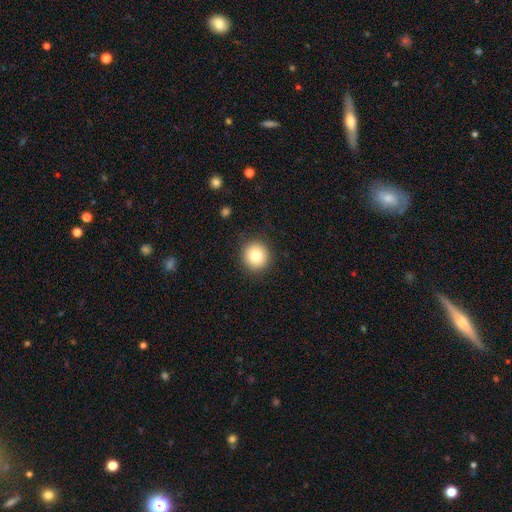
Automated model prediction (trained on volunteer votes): Smooth or featured: smooth — 80% (star or artifact — 10%)
How rounded: round — 93% (in between — 7%)
Merging: none — 89% (minor disturbance — 8%)